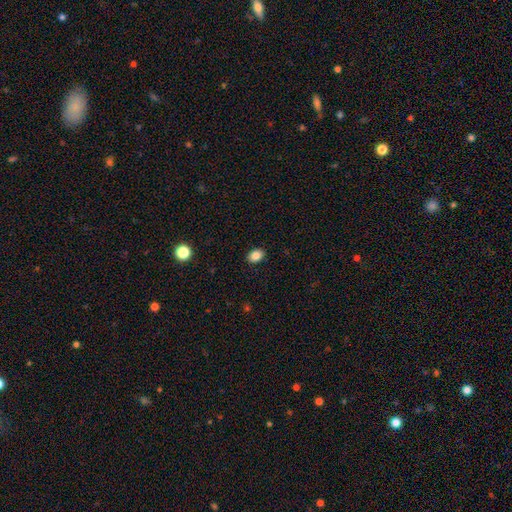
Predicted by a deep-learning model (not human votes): The model was most divided on "how rounded": in between: 76%, round: 23%, cigar-shaped: 1%. More confident: merging — none (90%); smooth or featured — smooth (85%).